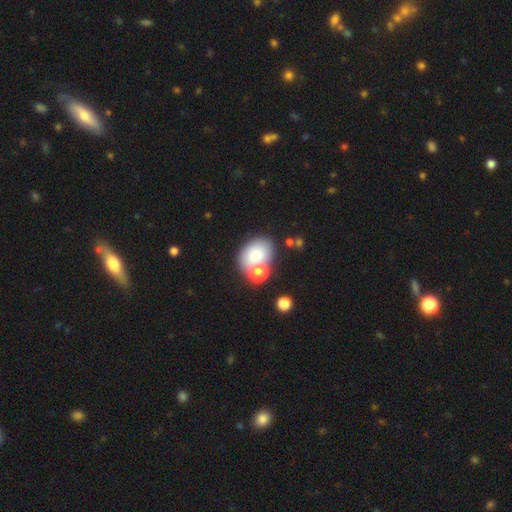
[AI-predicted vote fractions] Smooth or featured?
  - smooth: 74% *
  - featured or disk: 15%
  - star or artifact: 11%
How rounded?
  - in between: 67% *
  - round: 31%
  - cigar-shaped: 1%
Merging?
  - none: 46% *
  - merger: 35%
  - minor disturbance: 13%
  - major disturbance: 6%